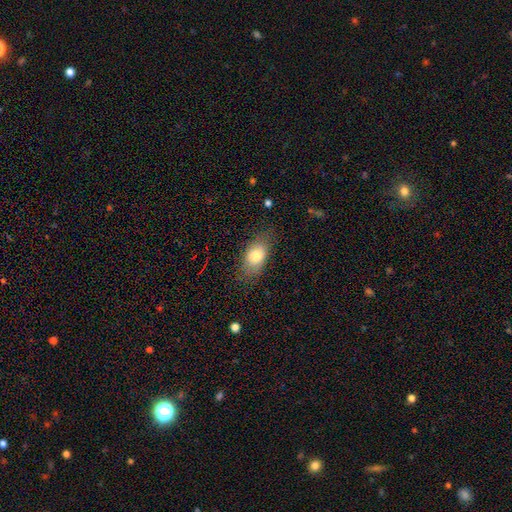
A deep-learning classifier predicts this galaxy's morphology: This appears to be a smooth galaxy with no disk features (78%) that is in between round and cigar-shaped (85%). Merging: none (75%).